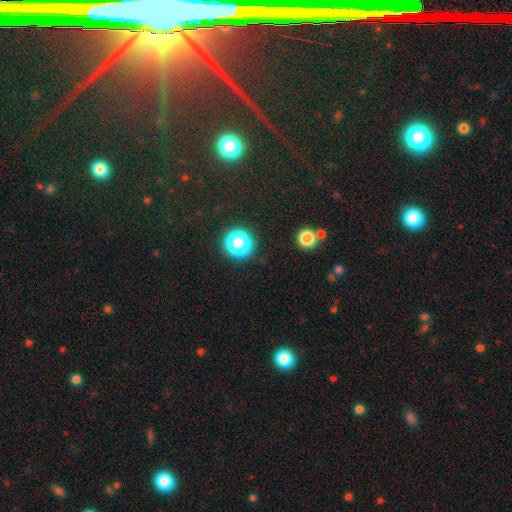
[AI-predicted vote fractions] Q: Smooth or featured?
A: star or artifact (72%); runner-up: smooth (15%)